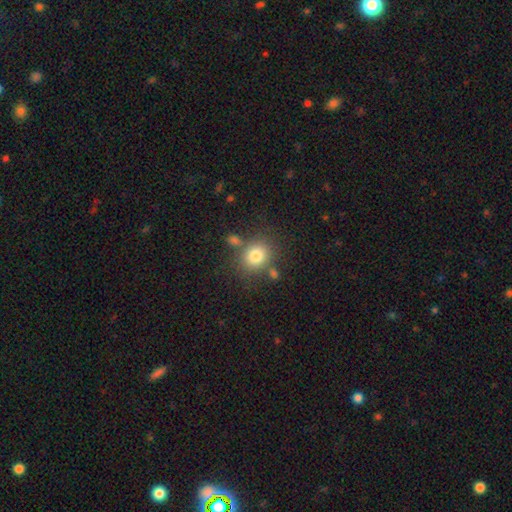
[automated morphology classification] smooth-or-featured: smooth: 80% | star or artifact: 11% | featured or disk: 9%
  how-rounded: round: 70% | in between: 29% | cigar-shaped: 1%
  merging: none: 71% | minor disturbance: 13% | merger: 11% | major disturbance: 5%